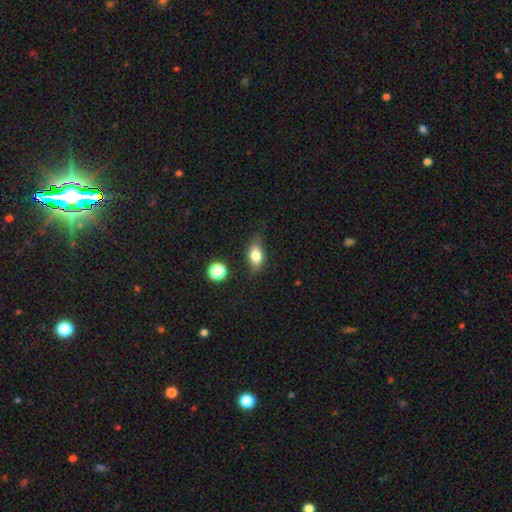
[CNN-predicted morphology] Smooth or featured?
  - smooth: 72% *
  - featured or disk: 18%
  - star or artifact: 10%
How rounded?
  - in between: 76% *
  - round: 14%
  - cigar-shaped: 10%
Merging?
  - none: 76% *
  - minor disturbance: 17%
  - major disturbance: 4%
  - merger: 2%